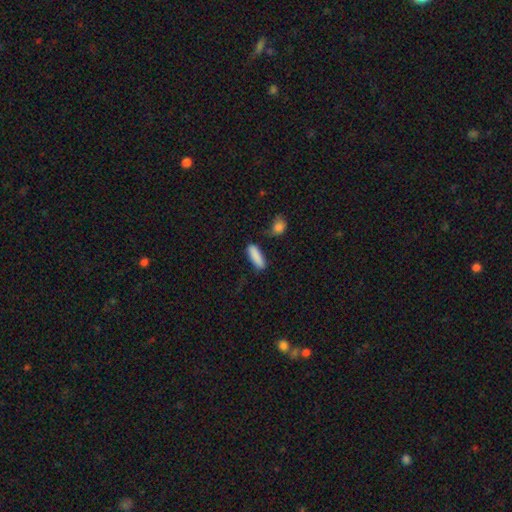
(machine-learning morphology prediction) This is clearly a smooth galaxy (88%). How rounded: possibly cigar-shaped (52%). Merging: likely none (75%).